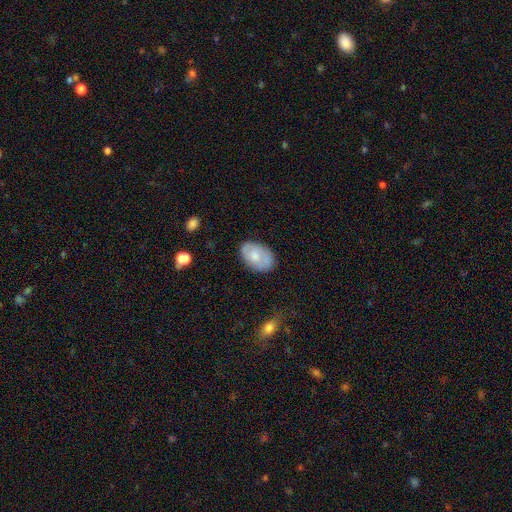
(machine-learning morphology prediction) smooth-or-featured: smooth: 61% | featured or disk: 32% | star or artifact: 6%
  how-rounded: in between: 89% | round: 10% | cigar-shaped: 1%
  merging: none: 76% | minor disturbance: 18% | major disturbance: 4% | merger: 2%